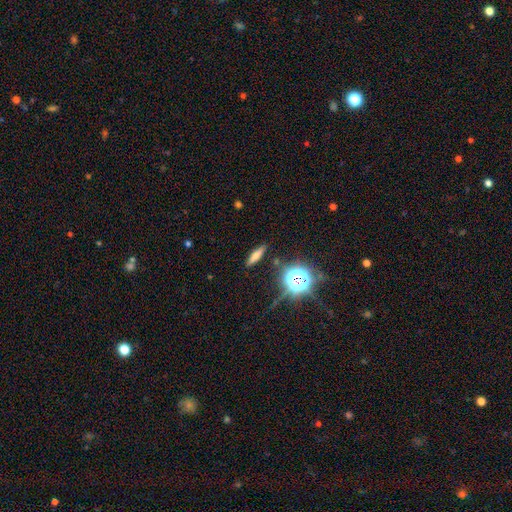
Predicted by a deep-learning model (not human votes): A smooth galaxy with no disk features (55%) that is cigar-shaped (68%).

Vote fractions:
- Smooth or featured? smooth: 55% / featured or disk: 23% / star or artifact: 22%
- How rounded? cigar-shaped: 68% / in between: 26% / round: 6%
- Merging? none: 88% / minor disturbance: 8% / major disturbance: 2% / merger: 2%